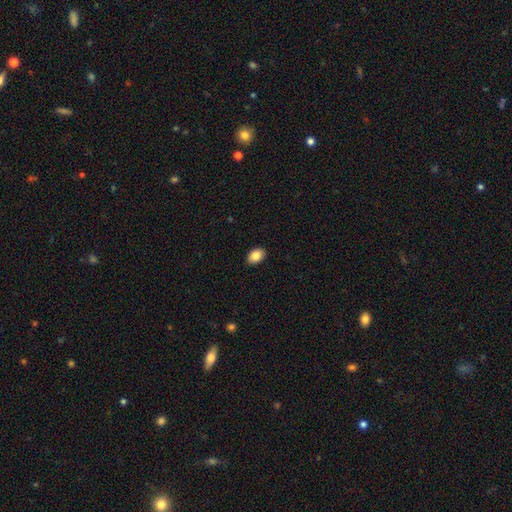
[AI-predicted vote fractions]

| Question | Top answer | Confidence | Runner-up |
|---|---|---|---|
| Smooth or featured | smooth | 85% | star or artifact (8%) |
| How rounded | in between | 83% | round (16%) |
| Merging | none | 89% | minor disturbance (8%) |